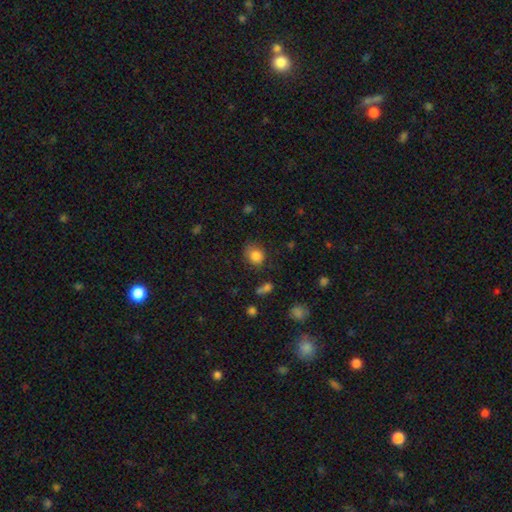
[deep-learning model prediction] The model was most divided on "how rounded": round: 65%, in between: 34%, cigar-shaped: 1%. More confident: smooth or featured — smooth (83%); merging — none (67%).